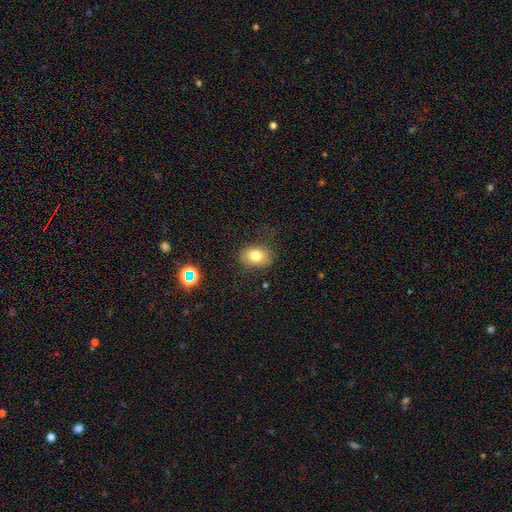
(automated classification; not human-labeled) This appears to be a smooth galaxy with no disk features (78%) that is in between round and cigar-shaped (69%). Merging: none (74%).